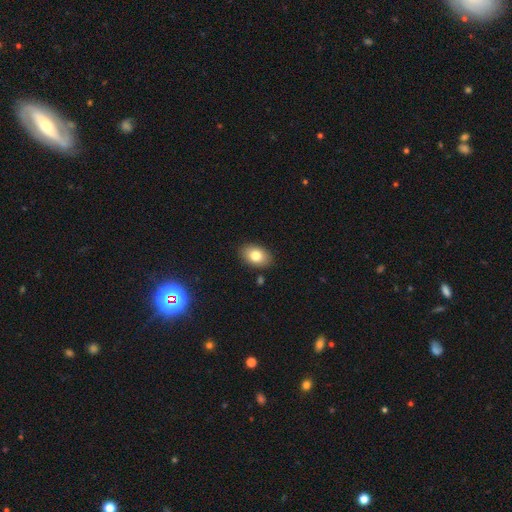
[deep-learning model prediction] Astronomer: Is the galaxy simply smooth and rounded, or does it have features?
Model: smooth — 80%.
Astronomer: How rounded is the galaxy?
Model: in between — 85%.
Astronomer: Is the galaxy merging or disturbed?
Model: none — 87%.